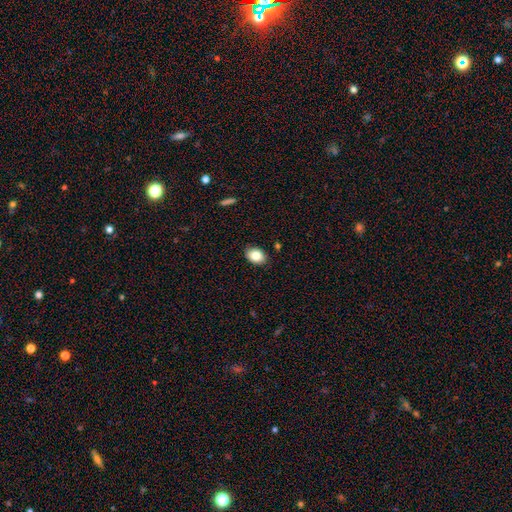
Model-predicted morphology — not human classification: Smooth or featured? Predicted: smooth (p=0.84). How rounded? Predicted: in between (p=0.75). Merging? Predicted: none (p=0.87).